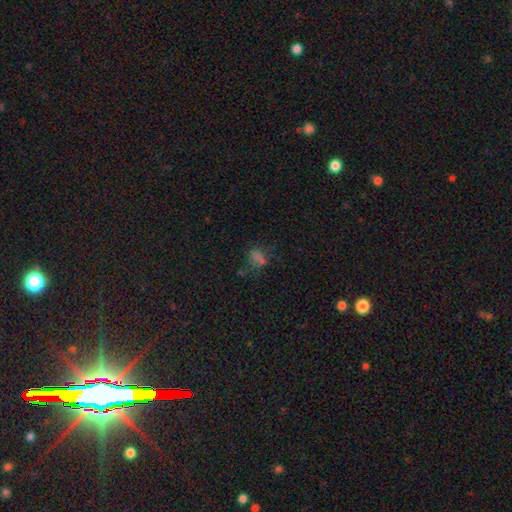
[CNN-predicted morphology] smooth 54%, star or artifact 33%, featured or disk 13%. Down the decision tree: how rounded — in between (59%); merging — none (50%).